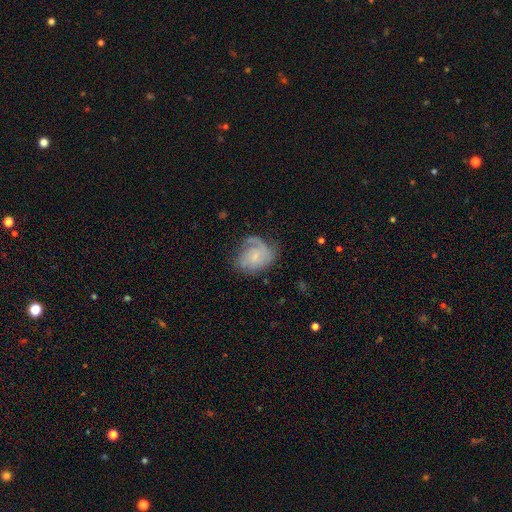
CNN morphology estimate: This is likely a featured or disk galaxy (61%). It is clearly not viewed edge-on (98%). Bar: likely no (67%). Spiral arm pattern: clearly yes (86%). Spiral arm count: marginally 1 (36%). Spiral winding: marginally tight (43%). Central bulge: likely small (64%). Merging: possibly none (51%).